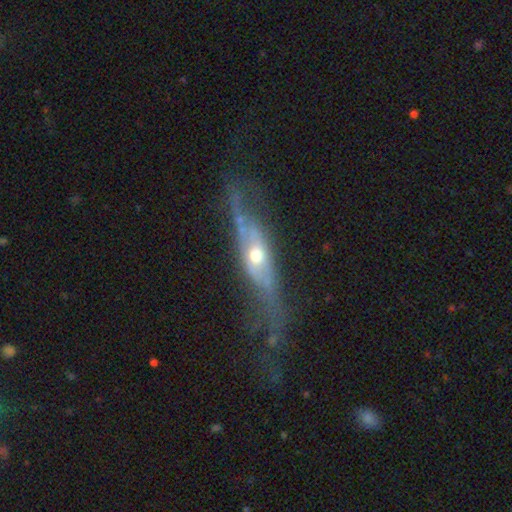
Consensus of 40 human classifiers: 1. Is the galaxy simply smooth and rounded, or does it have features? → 85% featured or disk, 8% smooth, 8% star or artifact.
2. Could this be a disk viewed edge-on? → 53% no, 47% yes.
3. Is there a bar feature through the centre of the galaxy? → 67% no, 17% strong, 17% weak.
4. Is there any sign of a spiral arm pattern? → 67% yes, 33% no.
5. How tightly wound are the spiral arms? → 58% loose, 25% tight, 17% medium.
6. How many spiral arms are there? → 75% 2, 17% can't tell, 8% 1, 0% 3, 0% 4, 0% more than 4.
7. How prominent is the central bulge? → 78% moderate, 17% small, 6% dominant, 0% large, 0% none.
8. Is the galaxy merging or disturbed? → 43% none, 30% major disturbance, 24% minor disturbance, 3% merger.